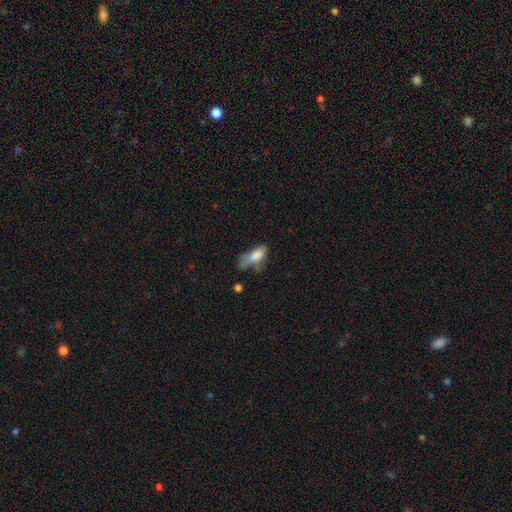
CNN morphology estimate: smooth-or-featured: smooth: 73% | featured or disk: 18% | star or artifact: 8%
  how-rounded: in between: 78% | cigar-shaped: 19% | round: 3%
  merging: minor disturbance: 34% | major disturbance: 32% | none: 28% | merger: 7%